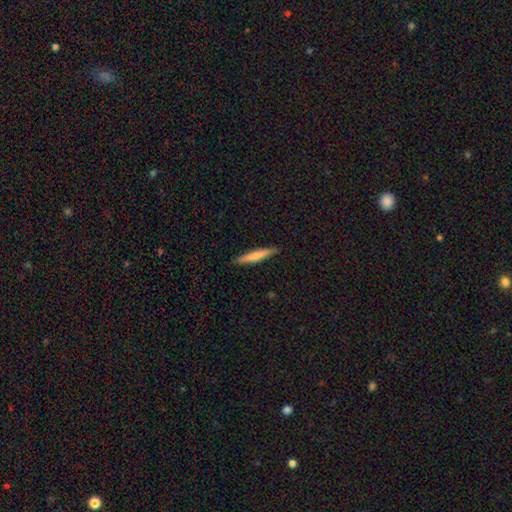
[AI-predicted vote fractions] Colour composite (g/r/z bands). It shows a smooth galaxy with no disk features (68%) that is cigar-shaped (94%). Merging: none (90%).